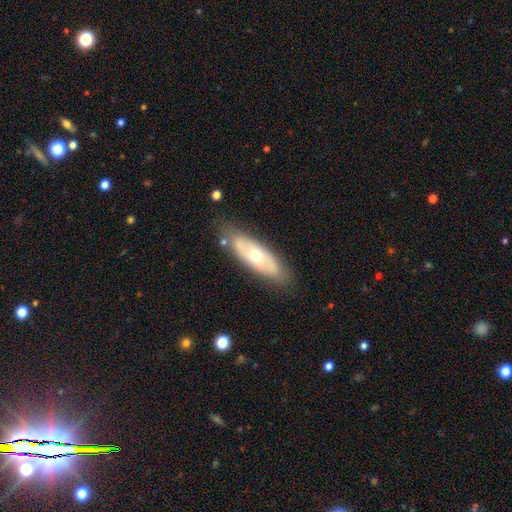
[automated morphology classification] type=featured or disk (56%); edge-on=no (76%); merging=none (79%).